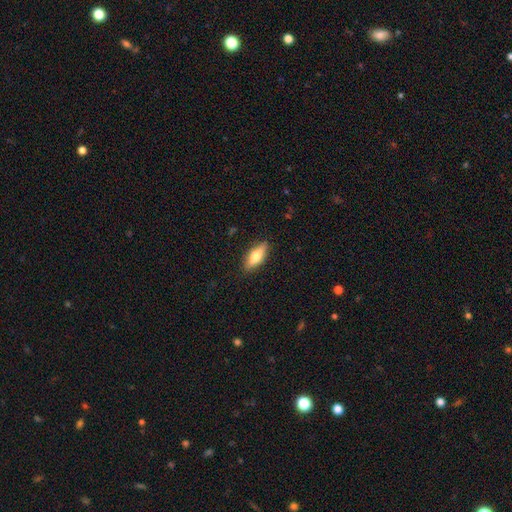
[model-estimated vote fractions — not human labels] Q: Smooth or featured?
A: smooth (57%); runner-up: featured or disk (36%)
Q: How rounded?
A: in between (60%); runner-up: cigar-shaped (37%)
Q: Merging?
A: none (88%); runner-up: minor disturbance (9%)